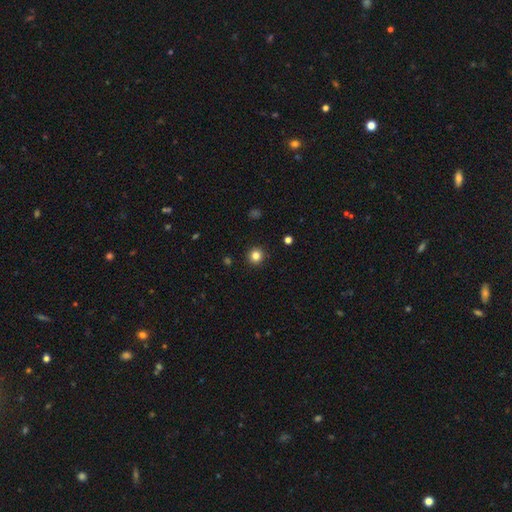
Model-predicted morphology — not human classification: The model was most divided on "smooth or featured": smooth: 83%, star or artifact: 12%, featured or disk: 5%. More confident: how rounded — round (95%); merging — none (93%).